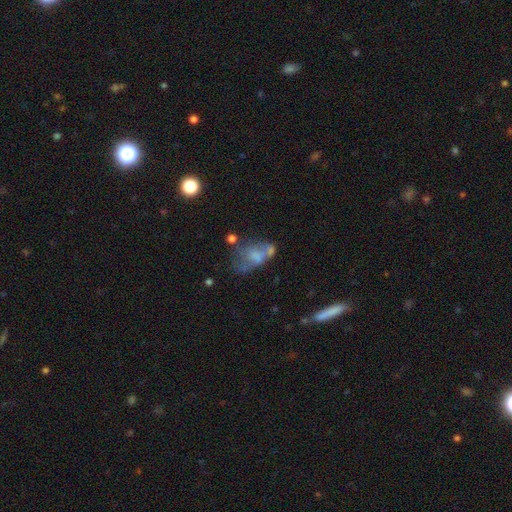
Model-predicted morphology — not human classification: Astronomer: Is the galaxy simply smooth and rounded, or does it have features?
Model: smooth — 45% (runner-up: featured or disk, 42%).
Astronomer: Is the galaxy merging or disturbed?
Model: merger — 28%, tied with major disturbance at 28%.